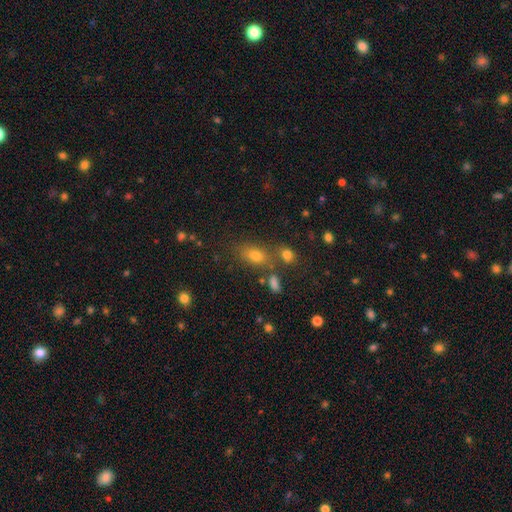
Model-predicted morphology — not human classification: The model was most divided on "merging": none: 64%, merger: 18%, minor disturbance: 12%, major disturbance: 5%. More confident: how rounded — in between (75%); smooth or featured — smooth (69%).